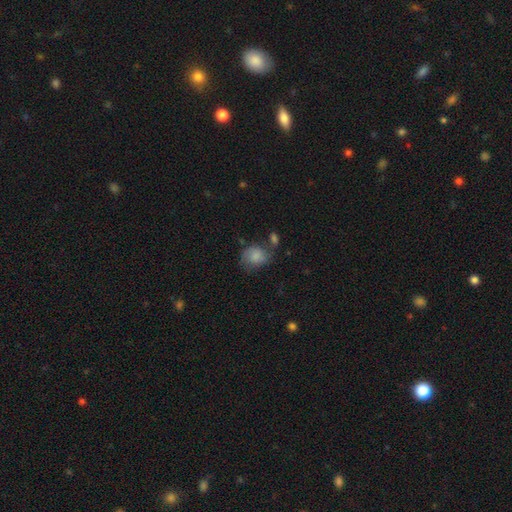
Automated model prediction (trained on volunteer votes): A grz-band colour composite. It shows a smooth galaxy with no disk features (73%) that is round (62%). Merging: none (46%).